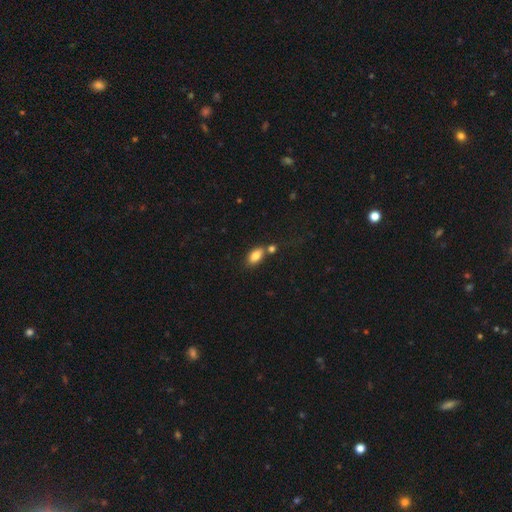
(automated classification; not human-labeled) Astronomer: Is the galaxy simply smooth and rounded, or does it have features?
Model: smooth — 83%.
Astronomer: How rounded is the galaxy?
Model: in between — 90%.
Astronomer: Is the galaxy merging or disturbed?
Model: none — 59%.